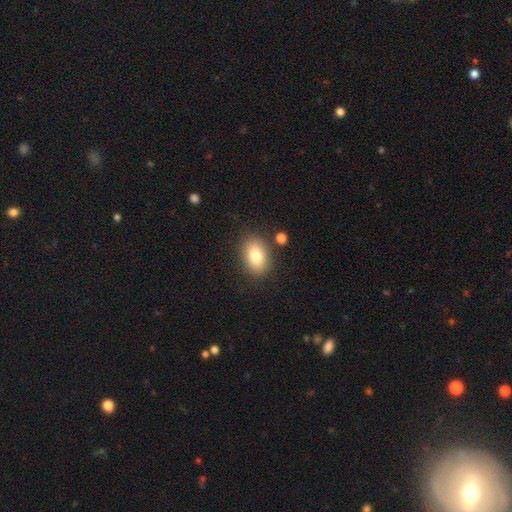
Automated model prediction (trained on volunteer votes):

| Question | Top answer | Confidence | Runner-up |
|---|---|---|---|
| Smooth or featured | smooth | 80% | featured or disk (11%) |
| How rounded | in between | 83% | round (15%) |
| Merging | none | 83% | minor disturbance (10%) |